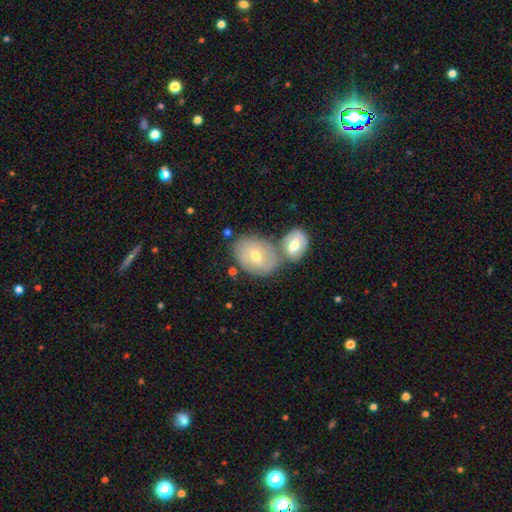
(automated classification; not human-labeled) smooth 48%, featured or disk 44%, star or artifact 8%. Down the decision tree: merging — none (49%).